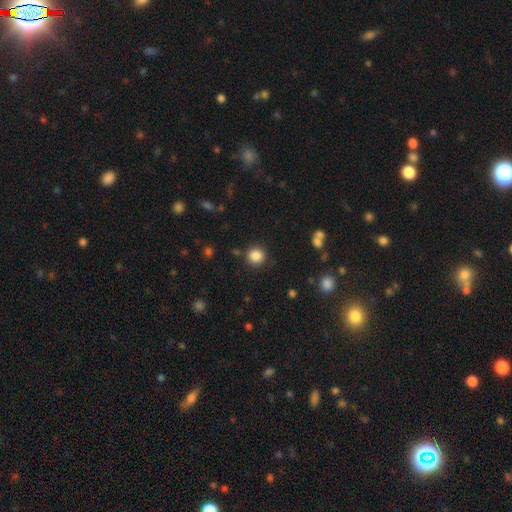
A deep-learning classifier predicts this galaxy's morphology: smooth 85%, star or artifact 11%, featured or disk 4%. Down the decision tree: how rounded — round (92%); merging — none (87%).